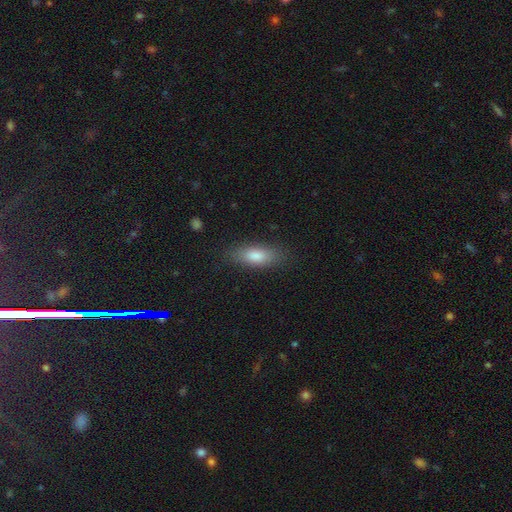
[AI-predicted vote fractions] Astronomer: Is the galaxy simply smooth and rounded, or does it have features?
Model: smooth — 80%.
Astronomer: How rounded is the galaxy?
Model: in between — 64%.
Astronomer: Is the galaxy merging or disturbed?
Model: none — 85%.